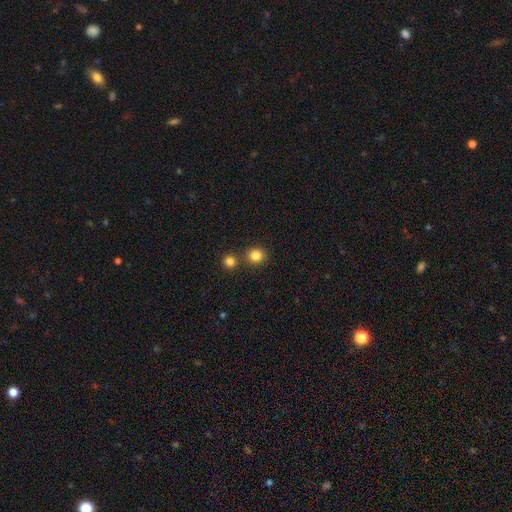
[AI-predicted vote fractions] Q: Smooth or featured?
A: smooth (83%); runner-up: star or artifact (12%)
Q: How rounded?
A: round (87%); runner-up: in between (12%)
Q: Merging?
A: none (76%); runner-up: merger (14%)